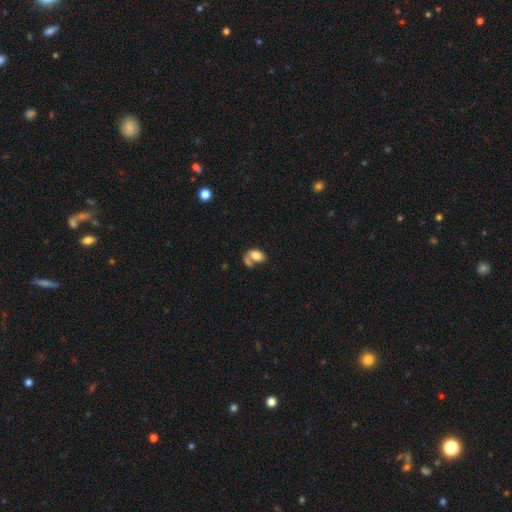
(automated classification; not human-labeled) The model was most divided on "merging": merger: 43%, none: 33%, minor disturbance: 13%, major disturbance: 11%. More confident: how rounded — in between (89%); smooth or featured — smooth (77%).